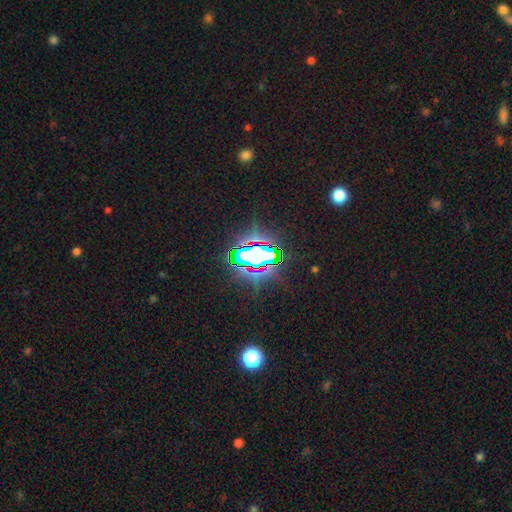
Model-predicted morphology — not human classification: smooth-or-featured: star or artifact: 72% | smooth: 15% | featured or disk: 12%